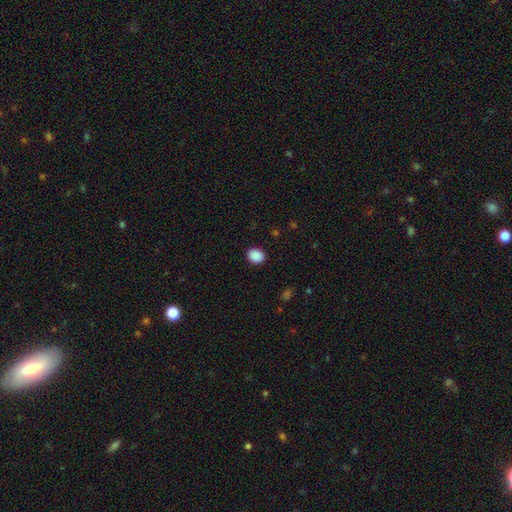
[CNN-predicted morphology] This appears to be a smooth galaxy with no disk features (89%) that is round (57%). Merging: none (90%).